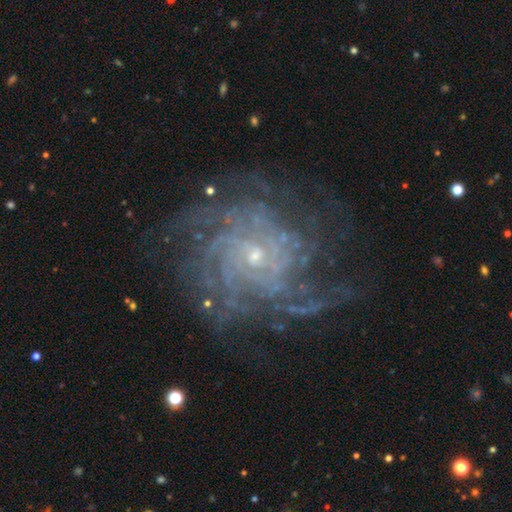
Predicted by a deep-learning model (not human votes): smooth_or_featured: featured or disk (p=0.88) [alt: star or artifact p=0.08]
disk_edge_on: no (p=0.98) [alt: yes p=0.02]
bar: no (p=0.71) [alt: weak p=0.23]
has_spiral_arms: yes (p=0.97) [alt: no p=0.03]
spiral_winding: tight (p=0.69) [alt: medium p=0.25]
spiral_arm_count: more than 4 (p=0.30) [alt: can't tell p=0.26]
bulge_size: small (p=0.82) [alt: moderate p=0.14]
merging: none (p=0.72) [alt: minor disturbance p=0.15]